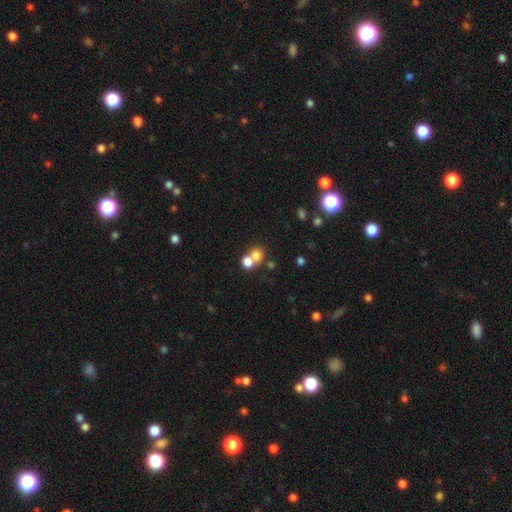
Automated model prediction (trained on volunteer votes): Smooth or featured? smooth (74%)
How rounded? round (77%)
Merging? merger (53%)